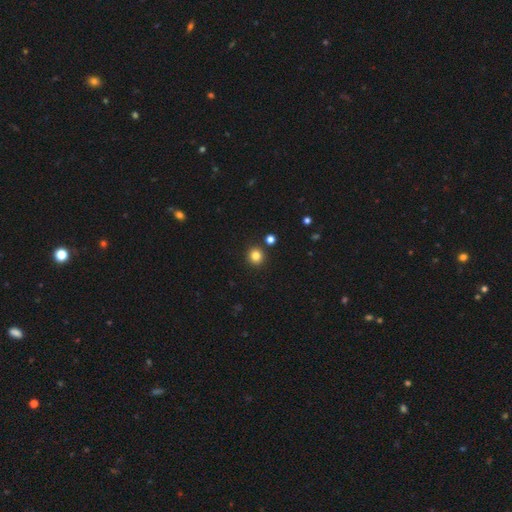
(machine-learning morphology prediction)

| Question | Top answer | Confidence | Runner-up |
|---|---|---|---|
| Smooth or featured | smooth | 82% | star or artifact (13%) |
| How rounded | round | 92% | in between (7%) |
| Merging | none | 90% | minor disturbance (5%) |